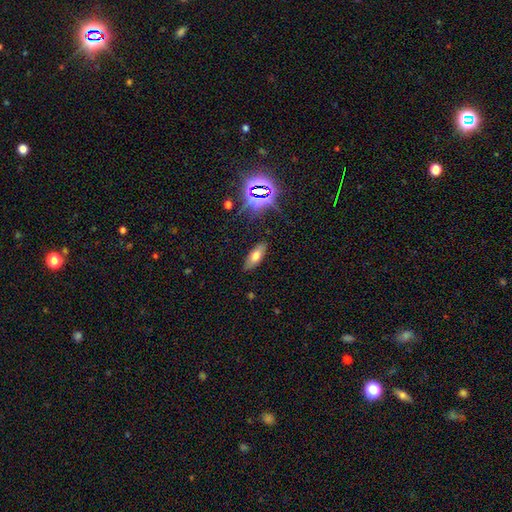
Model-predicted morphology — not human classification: This is likely a smooth galaxy (64%). How rounded: likely in between (75%). Merging: clearly none (85%).